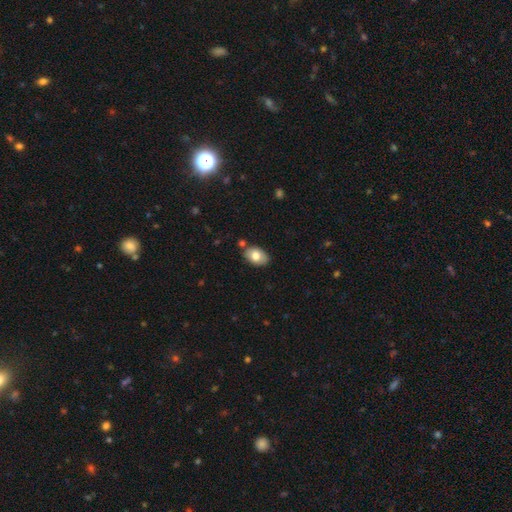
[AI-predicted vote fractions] smooth-or-featured: smooth: 77% | featured or disk: 16% | star or artifact: 7%
  how-rounded: in between: 88% | round: 11% | cigar-shaped: 1%
  merging: none: 78% | minor disturbance: 14% | merger: 5% | major disturbance: 3%